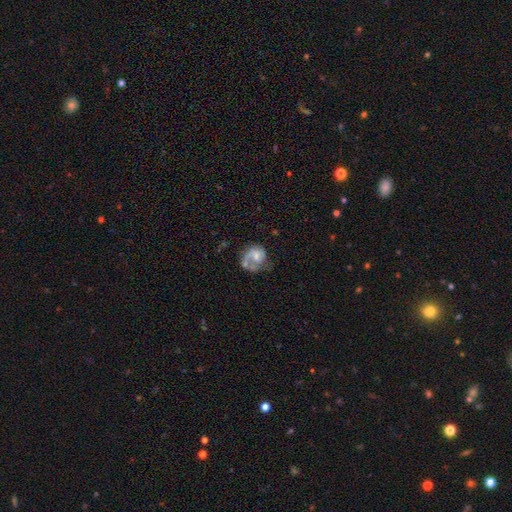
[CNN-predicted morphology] smooth_or_featured: featured or disk (p=0.61) [alt: smooth p=0.31]
disk_edge_on: no (p=0.98) [alt: yes p=0.02]
bar: no (p=0.66) [alt: weak p=0.29]
has_spiral_arms: yes (p=0.76) [alt: no p=0.24]
bulge_size: moderate (p=0.41) [alt: small p=0.37]
merging: none (p=0.38) [alt: major disturbance p=0.33]